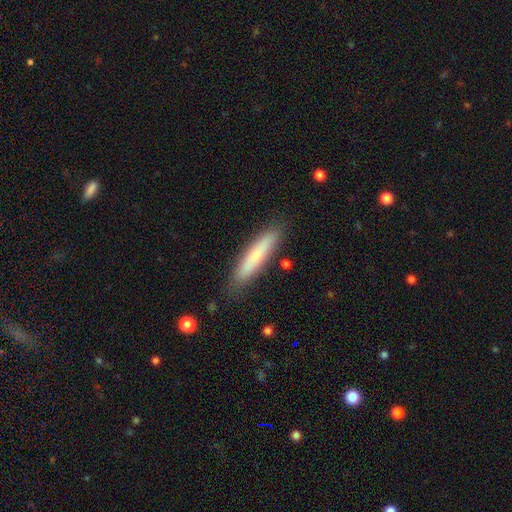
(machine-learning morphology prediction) A smooth galaxy with no disk features (69%) that is cigar-shaped (88%). Merging: none (85%).